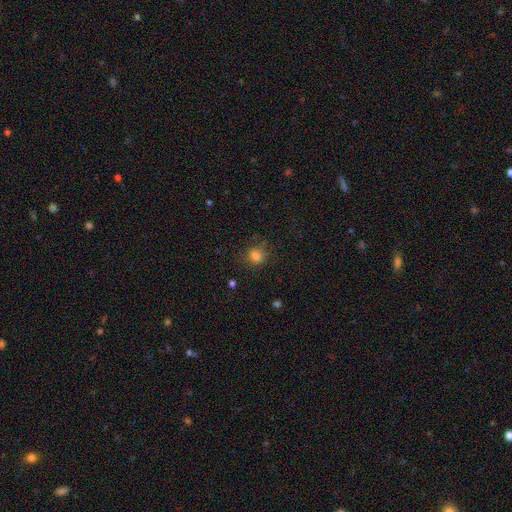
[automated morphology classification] This appears to be a smooth galaxy with no disk features (81%) that is round (75%). Merging: none (76%).